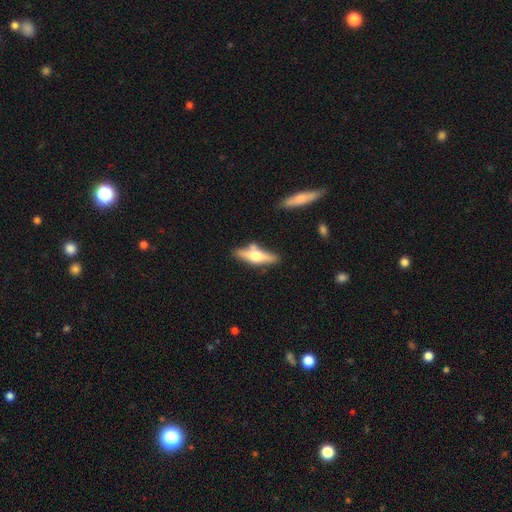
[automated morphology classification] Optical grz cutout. It shows a featured or disk galaxy (53%) viewed edge-on (92%). Merging: none (72%).